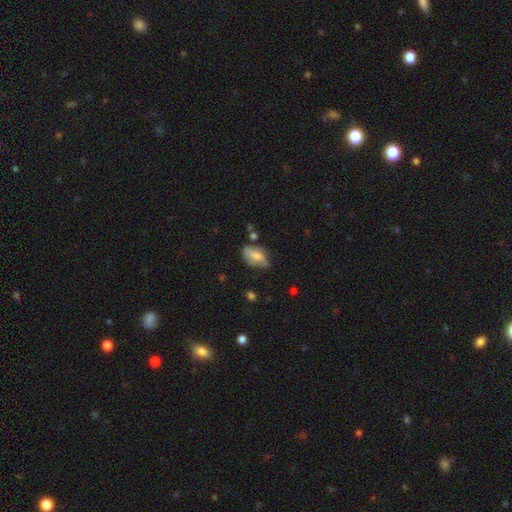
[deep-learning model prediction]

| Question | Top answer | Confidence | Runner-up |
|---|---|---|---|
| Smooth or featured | smooth | 61% | featured or disk (32%) |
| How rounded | in between | 88% | round (7%) |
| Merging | none | 44% | minor disturbance (36%) |